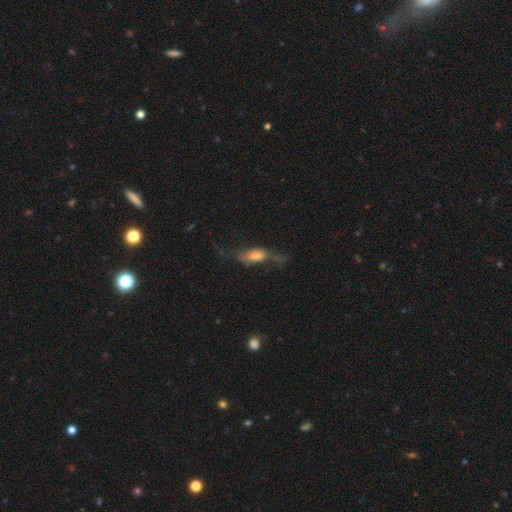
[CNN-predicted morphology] Smooth or featured: smooth — 48% (featured or disk — 42%)
Merging: none — 37% (major disturbance — 34%)